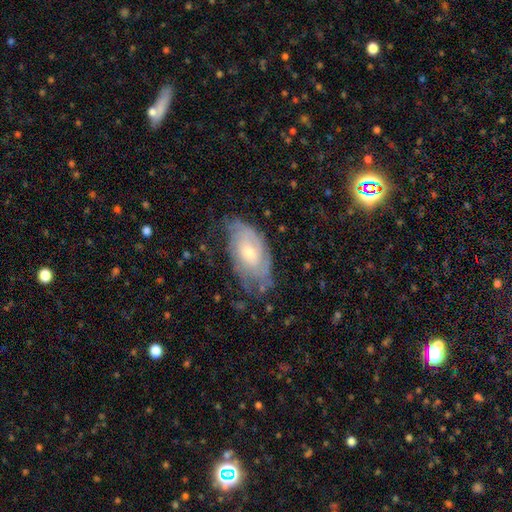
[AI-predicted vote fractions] A featured or disk galaxy (47%).

Vote fractions:
- Smooth or featured? featured or disk: 47% / smooth: 30% / star or artifact: 23%
- Merging? none: 72% / minor disturbance: 18% / major disturbance: 8% / merger: 2%